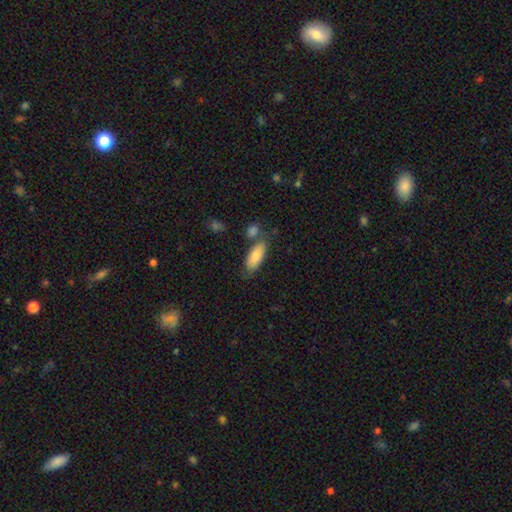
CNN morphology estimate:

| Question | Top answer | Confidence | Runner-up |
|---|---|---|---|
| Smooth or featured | smooth | 84% | featured or disk (10%) |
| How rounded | in between | 78% | cigar-shaped (20%) |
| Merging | none | 68% | minor disturbance (15%) |